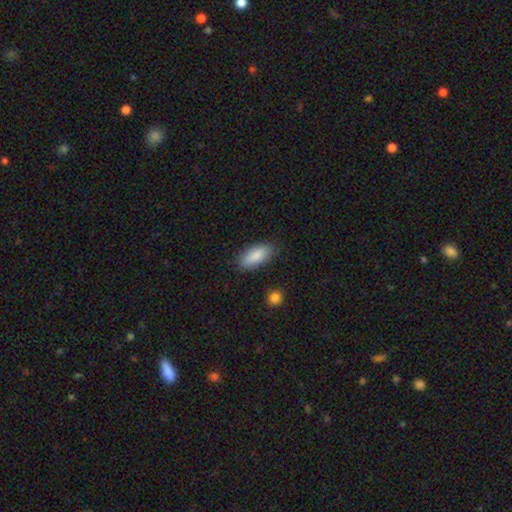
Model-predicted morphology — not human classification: smooth 87%, featured or disk 7%, star or artifact 6%. Down the decision tree: how rounded — in between (84%); merging — none (84%).